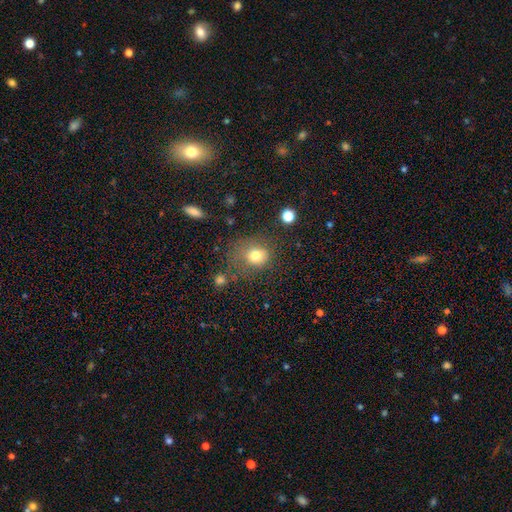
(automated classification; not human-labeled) This appears to be a smooth galaxy with no disk features (77%) that is round (68%). Merging: none (53%).